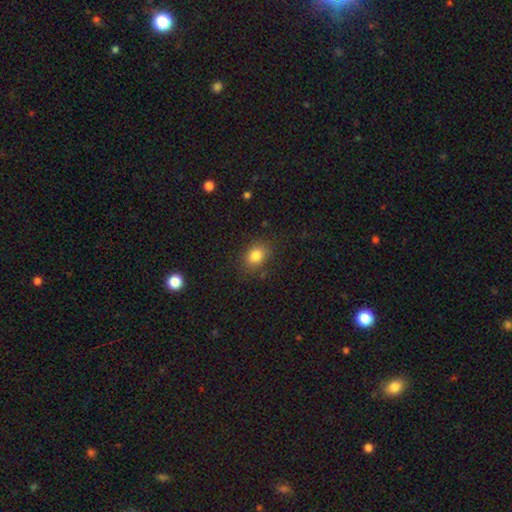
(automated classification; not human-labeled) A smooth galaxy with no disk features (83%) that is in between round and cigar-shaped (56%).

Vote fractions:
- Smooth or featured? smooth: 83% / star or artifact: 11% / featured or disk: 6%
- How rounded? in between: 56% / round: 43% / cigar-shaped: 1%
- Merging? none: 81% / minor disturbance: 13% / major disturbance: 4% / merger: 2%